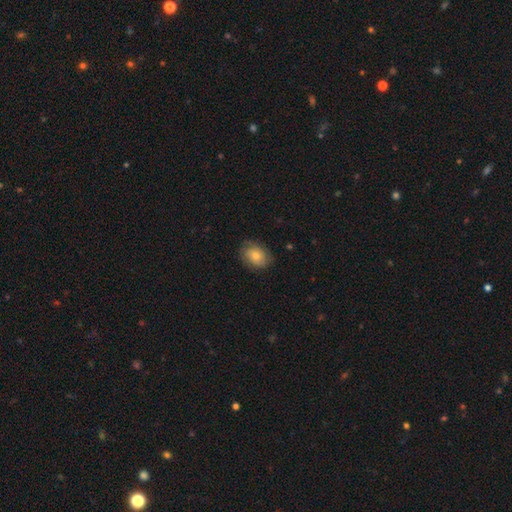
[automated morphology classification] Q: Smooth or featured?
A: smooth (64%); runner-up: featured or disk (28%)
Q: How rounded?
A: in between (59%); runner-up: round (40%)
Q: Merging?
A: none (74%); runner-up: minor disturbance (19%)